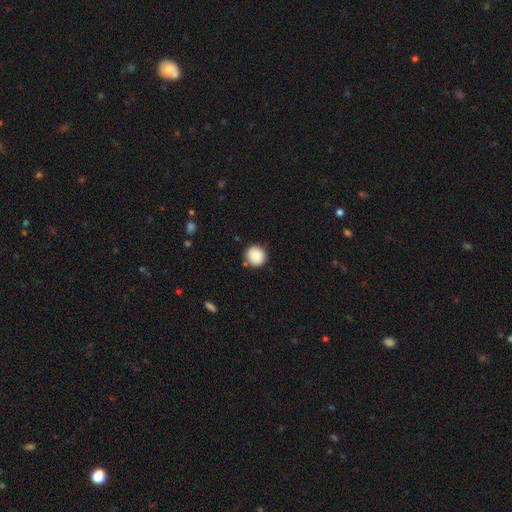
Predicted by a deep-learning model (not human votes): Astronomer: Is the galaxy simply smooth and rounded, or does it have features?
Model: smooth — 87%.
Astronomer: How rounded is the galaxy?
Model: round — 89%.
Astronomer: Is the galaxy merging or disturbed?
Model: none — 84%.